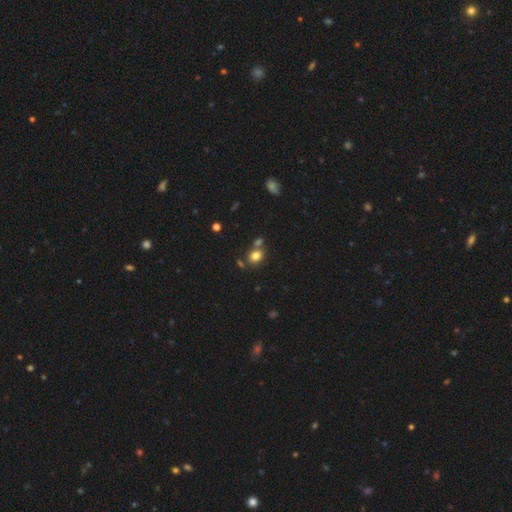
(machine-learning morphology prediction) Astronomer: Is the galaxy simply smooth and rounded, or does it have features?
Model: smooth — 79%.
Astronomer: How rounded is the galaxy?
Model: round — 59% (runner-up: in between, 40%).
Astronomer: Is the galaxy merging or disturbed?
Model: none — 63%.